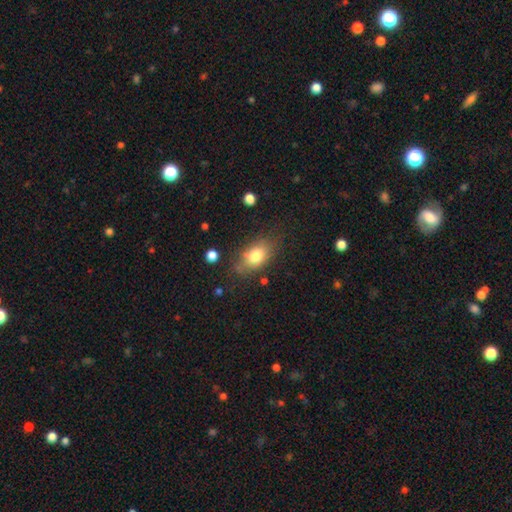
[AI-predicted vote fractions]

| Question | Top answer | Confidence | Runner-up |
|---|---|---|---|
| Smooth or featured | smooth | 78% | featured or disk (14%) |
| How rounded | in between | 85% | round (12%) |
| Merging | none | 70% | minor disturbance (20%) |